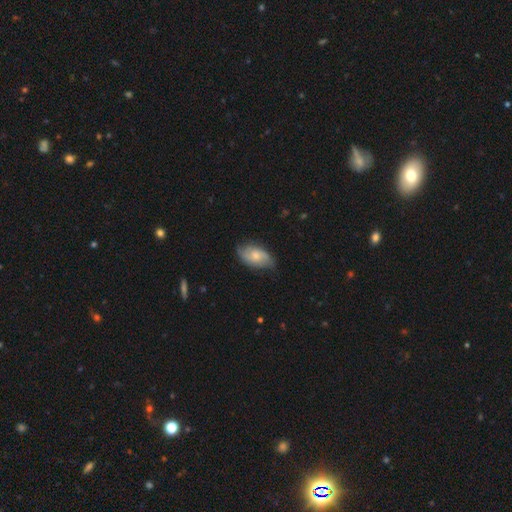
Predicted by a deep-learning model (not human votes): Overall: featured or disk (48%; smooth 46%). Merging: none (68%).